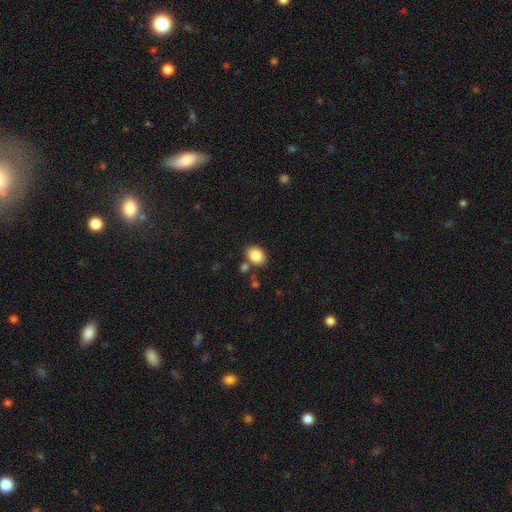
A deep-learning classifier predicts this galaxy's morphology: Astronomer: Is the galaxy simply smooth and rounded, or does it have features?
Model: smooth — 86%.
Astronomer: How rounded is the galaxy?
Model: in between — 67%.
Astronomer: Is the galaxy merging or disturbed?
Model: none — 74%.